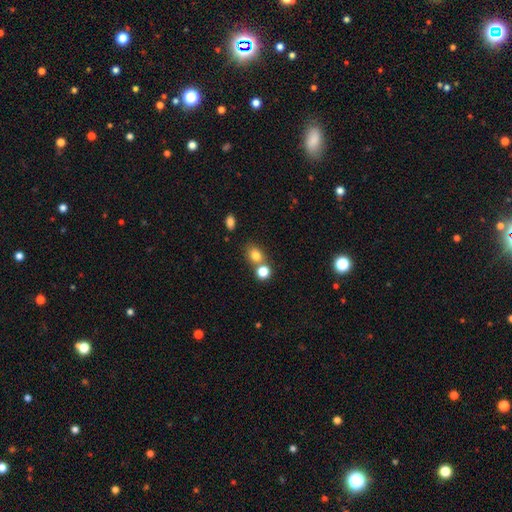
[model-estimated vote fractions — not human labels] Morphology: type=smooth (79%); roundness=round (51%); merging=none (54%).